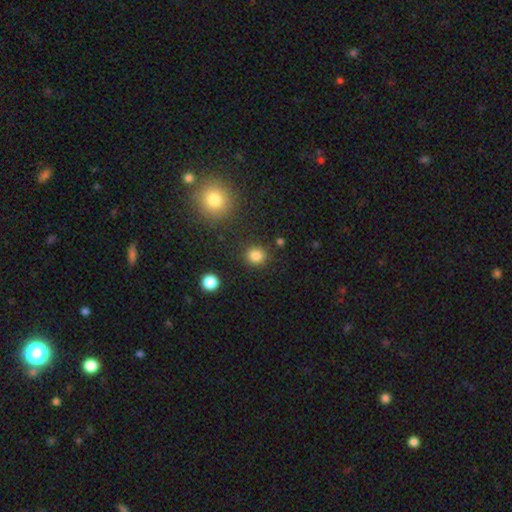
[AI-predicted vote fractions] A smooth galaxy with no disk features (84%) that is round (86%). Merging: none (88%).